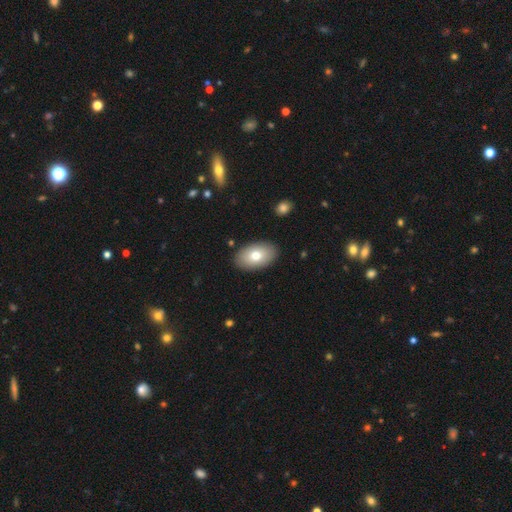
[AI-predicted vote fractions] The model was most divided on "smooth or featured": smooth: 74%, featured or disk: 19%, star or artifact: 7%. More confident: how rounded — in between (93%); merging — none (89%).